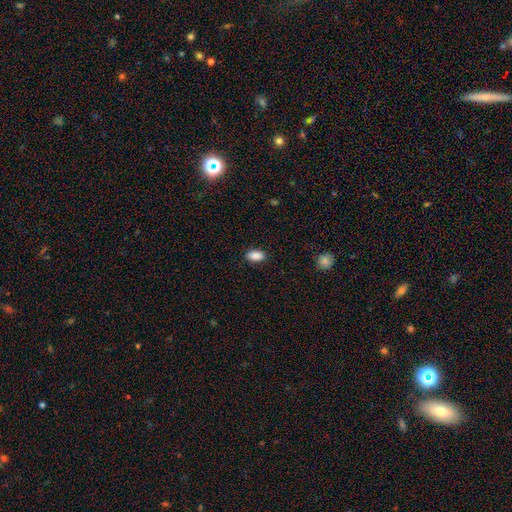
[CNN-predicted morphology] smooth-or-featured: smooth: 89% | star or artifact: 8% | featured or disk: 3%
  how-rounded: in between: 91% | cigar-shaped: 5% | round: 4%
  merging: none: 88% | minor disturbance: 9% | major disturbance: 2% | merger: 1%